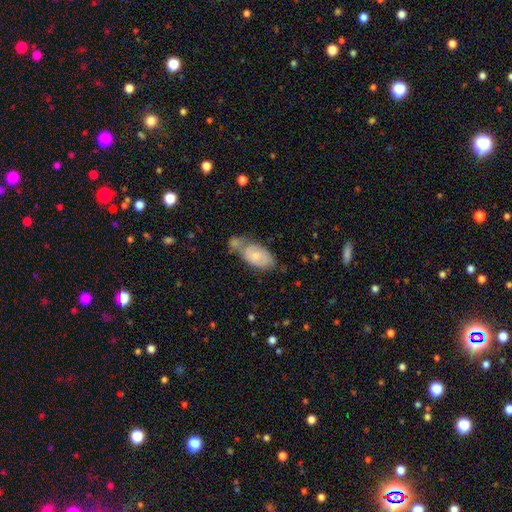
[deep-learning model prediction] Smooth or featured? Predicted: smooth (p=0.61). How rounded? Predicted: in between (p=0.92). Merging? Predicted: merger (p=0.36).